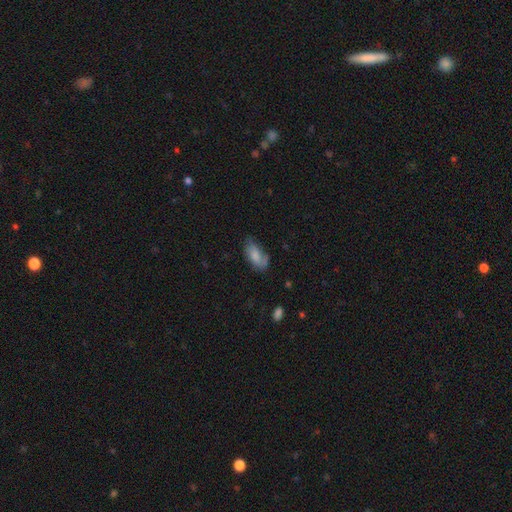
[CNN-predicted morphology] Smooth or featured? smooth (77%)
How rounded? in between (89%)
Merging? none (53%)